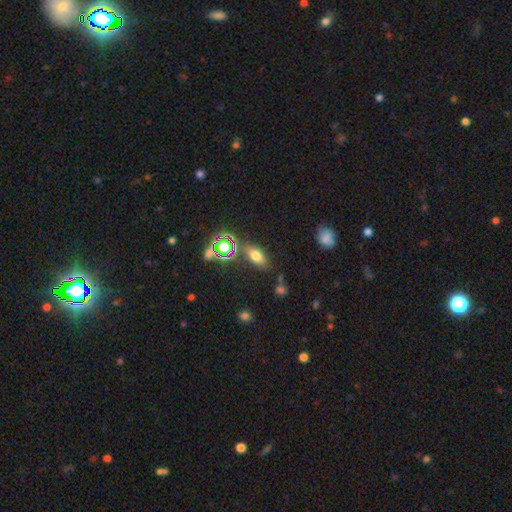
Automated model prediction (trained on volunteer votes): This is likely a smooth galaxy (66%). How rounded: likely in between (80%). Merging: likely none (75%).